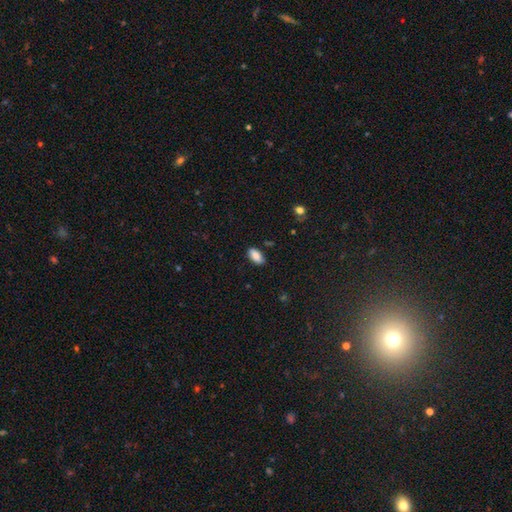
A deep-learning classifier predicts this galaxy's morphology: type=smooth (86%); roundness=in between (90%); merging=none (84%).